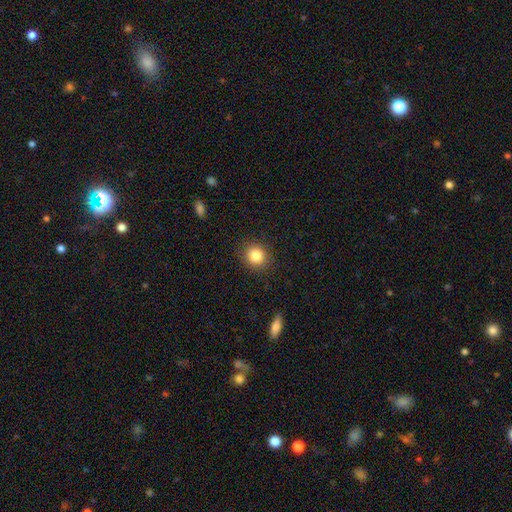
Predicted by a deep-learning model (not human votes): The model was most divided on "how rounded": round: 83%, in between: 16%, cigar-shaped: 1%. More confident: merging — none (88%); smooth or featured — smooth (84%).